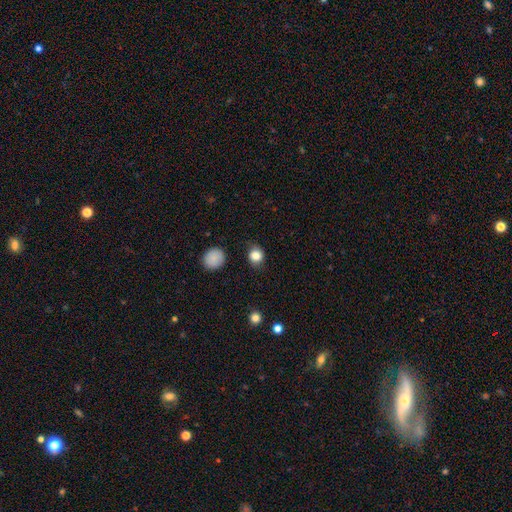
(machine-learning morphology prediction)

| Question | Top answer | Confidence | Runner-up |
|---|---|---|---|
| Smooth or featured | smooth | 83% | star or artifact (10%) |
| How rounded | round | 73% | in between (26%) |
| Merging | none | 80% | minor disturbance (15%) |